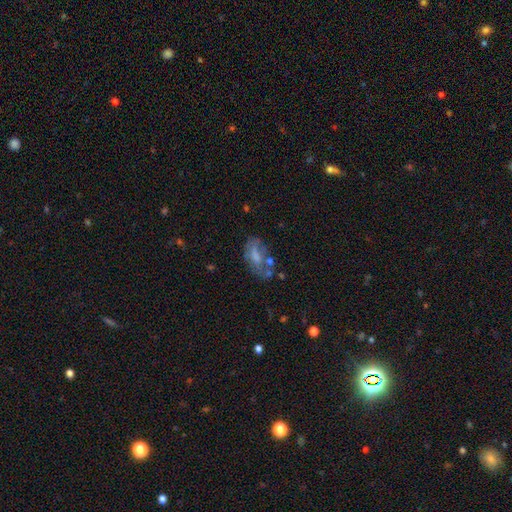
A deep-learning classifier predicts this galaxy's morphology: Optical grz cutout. It shows a smooth galaxy with no disk features (48%). Merging: none (39%).